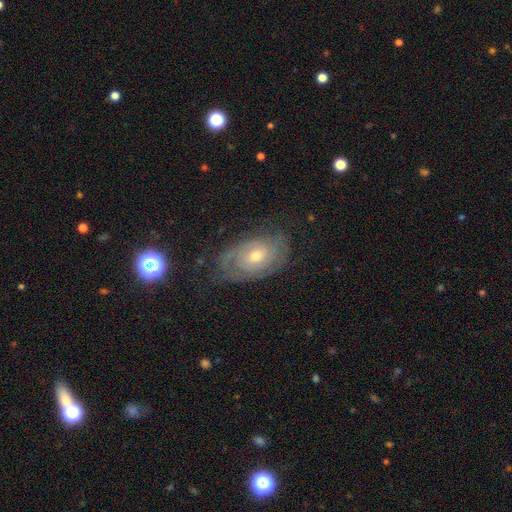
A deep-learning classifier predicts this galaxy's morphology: Smooth or featured? Predicted: featured or disk (p=0.72). Edge-on disk? Predicted: no (p=0.94). Bar? Predicted: no (p=0.74). Spiral arms? Predicted: yes (p=0.81). Spiral winding? Predicted: tight (p=0.68). Spiral arm count? Predicted: can't tell (p=0.51). Bulge size? Predicted: moderate (p=0.50). Merging? Predicted: none (p=0.66).